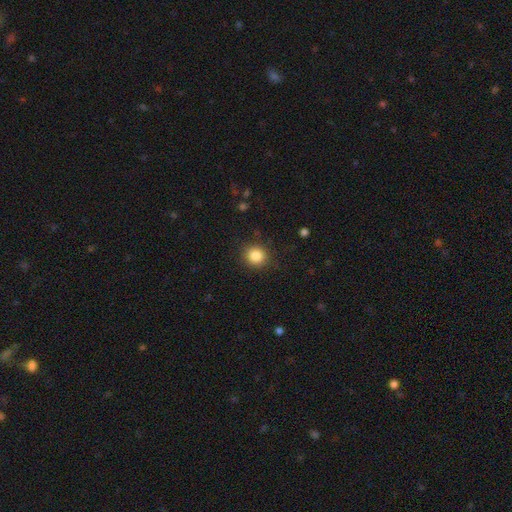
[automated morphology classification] This is clearly a smooth galaxy (85%). How rounded: clearly round (88%). Merging: clearly none (89%).